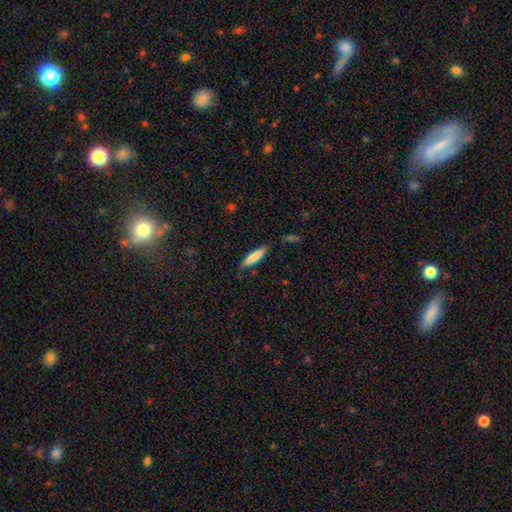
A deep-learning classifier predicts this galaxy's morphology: Smooth or featured? smooth (82%)
How rounded? cigar-shaped (79%)
Merging? none (83%)